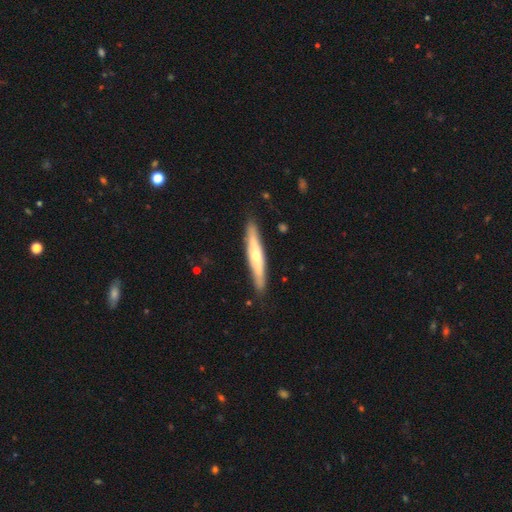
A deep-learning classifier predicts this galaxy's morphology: This is possibly a featured or disk galaxy (57%). It is clearly viewed edge-on (88%). Edge-on bulge: clearly rounded (81%). Merging: clearly none (87%).